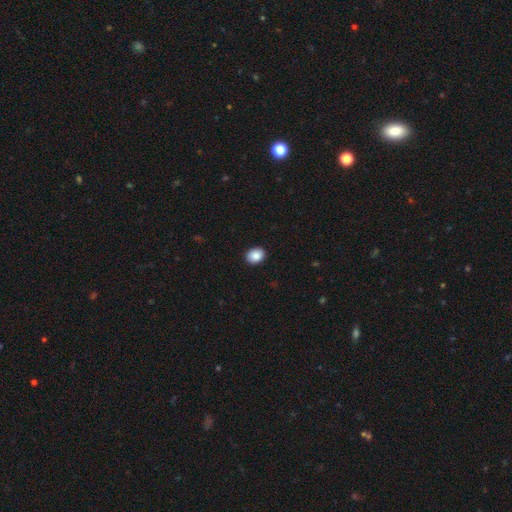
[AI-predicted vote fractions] Smooth or featured: smooth — 88% (star or artifact — 8%)
How rounded: in between — 55% (round — 44%)
Merging: none — 92% (minor disturbance — 6%)